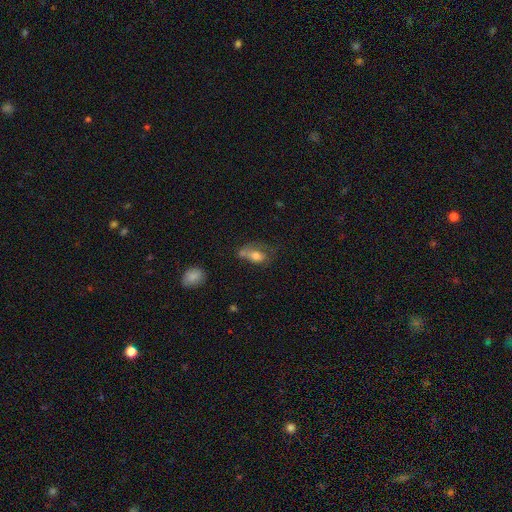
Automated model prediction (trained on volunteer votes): Morphology: type=smooth (65%); roundness=in between (79%); merging=none (27%).